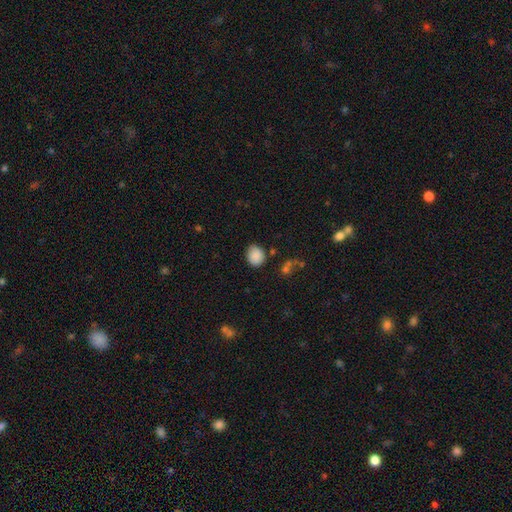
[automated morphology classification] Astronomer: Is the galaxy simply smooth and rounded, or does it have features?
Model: smooth — 87%.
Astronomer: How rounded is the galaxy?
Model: round — 67%.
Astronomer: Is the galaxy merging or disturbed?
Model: none — 78%.